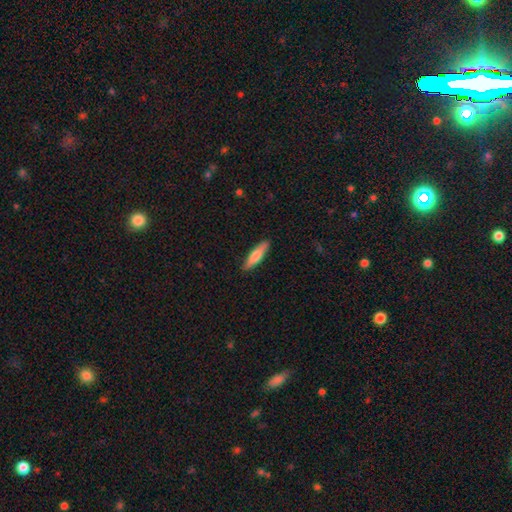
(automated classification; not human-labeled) This is likely a smooth galaxy (72%). How rounded: likely cigar-shaped (74%). Merging: clearly none (88%).